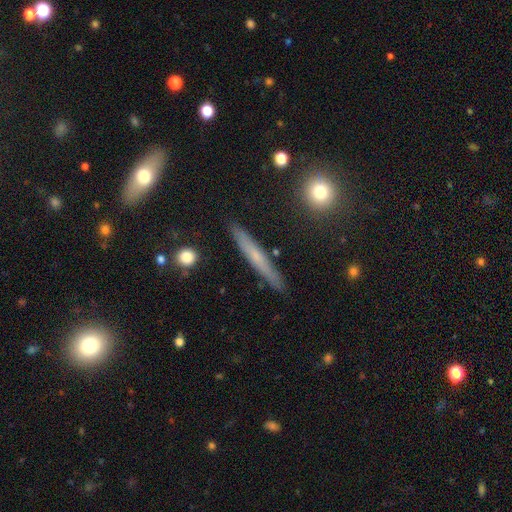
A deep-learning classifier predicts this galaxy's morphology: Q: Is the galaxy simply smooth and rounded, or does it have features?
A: featured or disk — 48%.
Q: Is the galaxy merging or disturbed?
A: none — 89%.